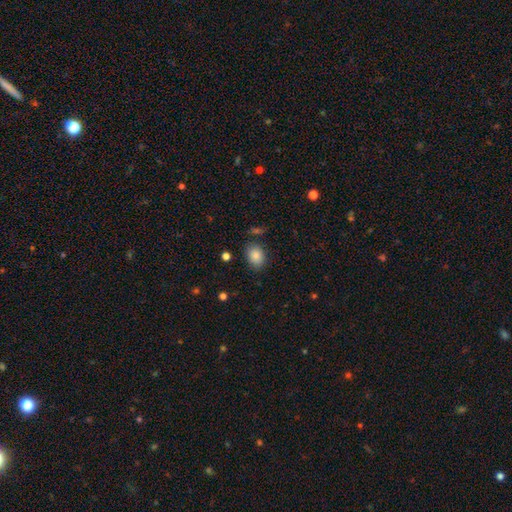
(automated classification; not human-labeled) Q: Smooth or featured?
A: smooth (86%); runner-up: star or artifact (9%)
Q: How rounded?
A: in between (69%); runner-up: round (30%)
Q: Merging?
A: none (79%); runner-up: minor disturbance (14%)